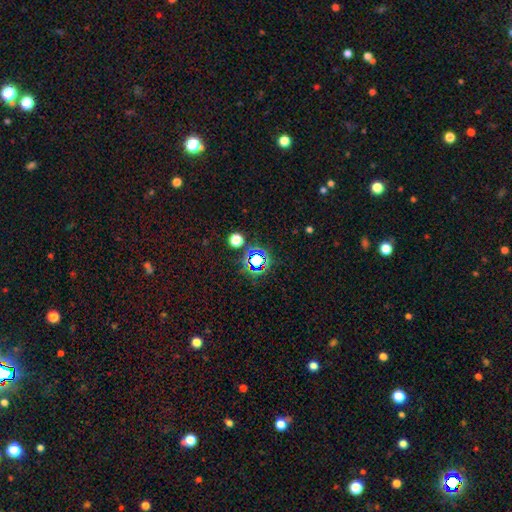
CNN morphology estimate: Smooth or featured? Predicted: star or artifact (p=0.72).